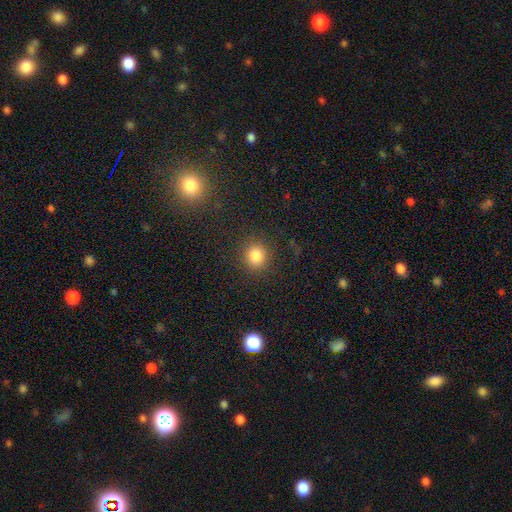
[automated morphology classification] smooth-or-featured: smooth: 82% | star or artifact: 13% | featured or disk: 5%
  how-rounded: round: 85% | in between: 14% | cigar-shaped: 1%
  merging: none: 88% | minor disturbance: 7% | major disturbance: 3% | merger: 2%